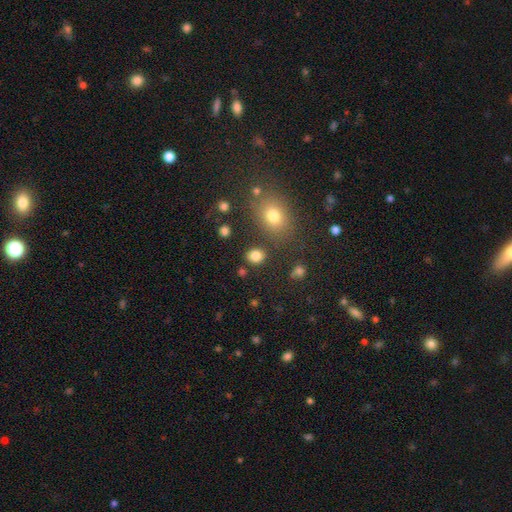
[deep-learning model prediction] Overall: smooth (83%). How rounded: round (61%; in between 37%). Merging: none (82%).